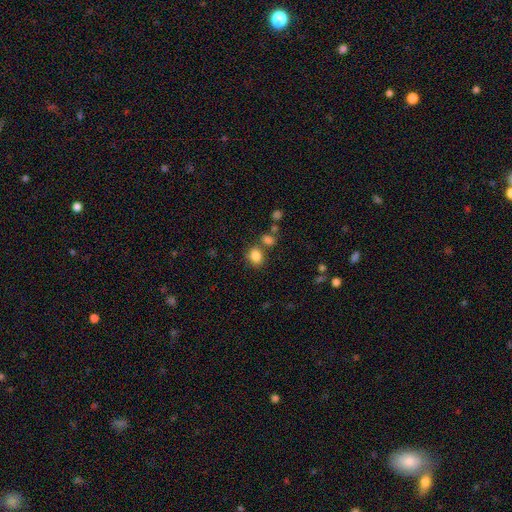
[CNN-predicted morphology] A smooth galaxy with no disk features (84%) that is round (53%).

Vote fractions:
- Smooth or featured? smooth: 84% / star or artifact: 10% / featured or disk: 6%
- How rounded? round: 53% / in between: 46% / cigar-shaped: 1%
- Merging? none: 66% / merger: 17% / minor disturbance: 13% / major disturbance: 4%